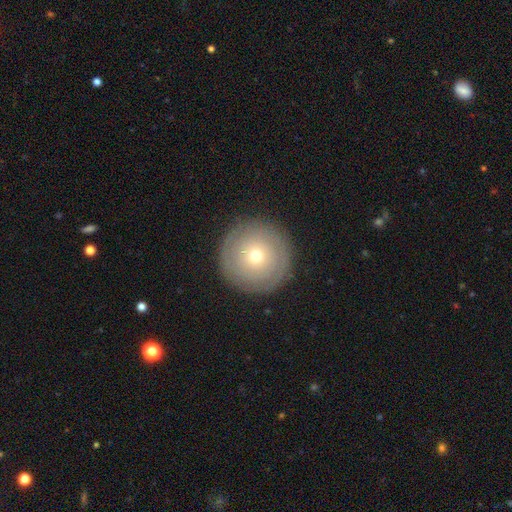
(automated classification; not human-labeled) The model was most divided on "smooth or featured": smooth: 51%, featured or disk: 39%, star or artifact: 10%. More confident: how rounded — round (96%); merging — none (89%).